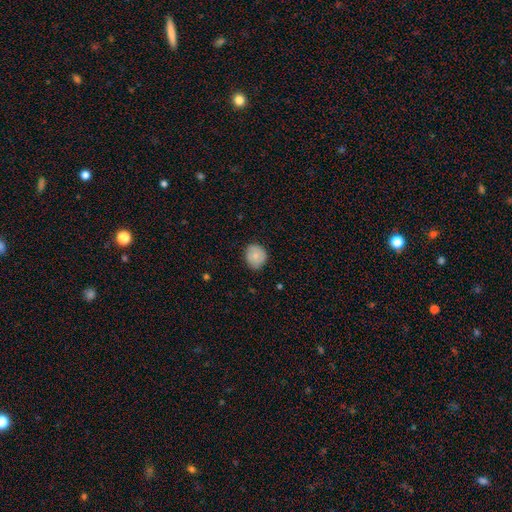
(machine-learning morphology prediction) smooth-or-featured: smooth: 78% | featured or disk: 15% | star or artifact: 7%
  how-rounded: round: 76% | in between: 23% | cigar-shaped: 1%
  merging: none: 80% | minor disturbance: 16% | major disturbance: 3% | merger: 1%